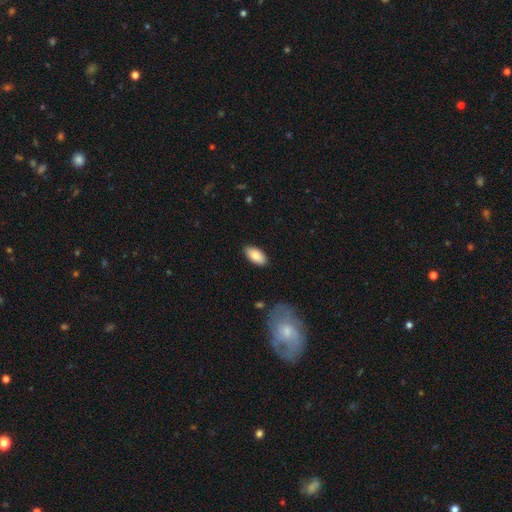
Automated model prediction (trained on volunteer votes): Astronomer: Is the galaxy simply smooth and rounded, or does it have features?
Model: smooth — 81%.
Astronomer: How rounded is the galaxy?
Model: in between — 93%.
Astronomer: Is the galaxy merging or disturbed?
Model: none — 87%.